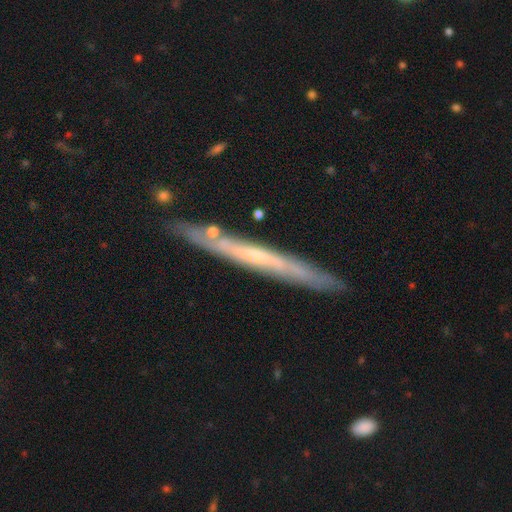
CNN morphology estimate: smooth_or_featured: featured or disk (p=0.70) [alt: smooth p=0.23]
disk_edge_on: yes (p=0.88) [alt: no p=0.12]
edge_on_bulge: none (p=0.68) [alt: rounded p=0.28]
merging: none (p=0.84) [alt: minor disturbance p=0.11]